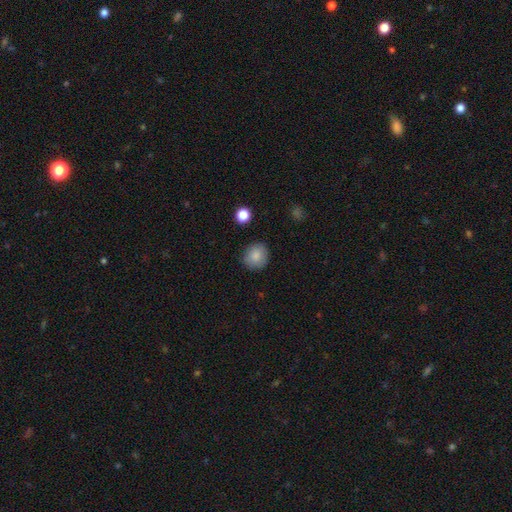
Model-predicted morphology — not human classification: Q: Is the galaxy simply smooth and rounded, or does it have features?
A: smooth — 85%.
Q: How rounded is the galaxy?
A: round — 84%.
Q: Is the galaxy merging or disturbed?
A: none — 86%.